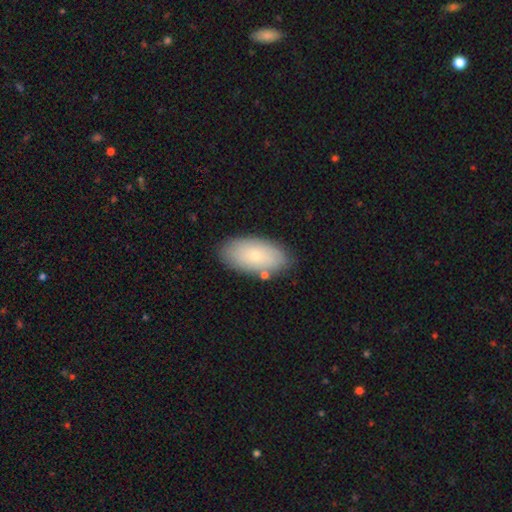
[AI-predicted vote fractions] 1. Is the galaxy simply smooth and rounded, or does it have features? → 71% smooth, 22% featured or disk, 7% star or artifact.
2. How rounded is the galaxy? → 94% in between, 3% round, 3% cigar-shaped.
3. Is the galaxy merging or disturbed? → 81% none, 13% minor disturbance, 4% merger, 3% major disturbance.